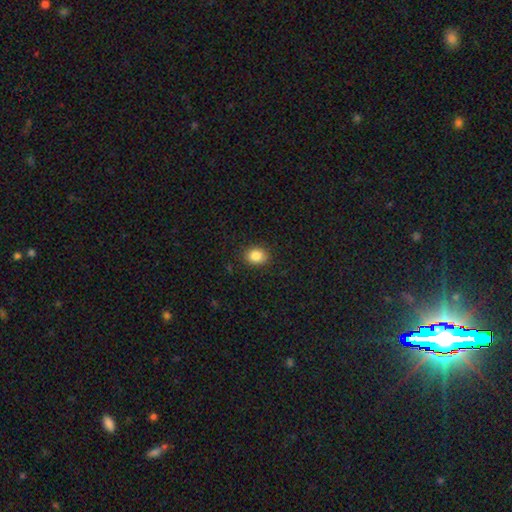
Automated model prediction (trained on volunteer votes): A smooth galaxy with no disk features (86%) that is in between round and cigar-shaped (51%).

Vote fractions:
- Smooth or featured? smooth: 86% / star or artifact: 10% / featured or disk: 5%
- How rounded? in between: 51% / round: 48% / cigar-shaped: 1%
- Merging? none: 88% / minor disturbance: 9% / major disturbance: 2% / merger: 1%